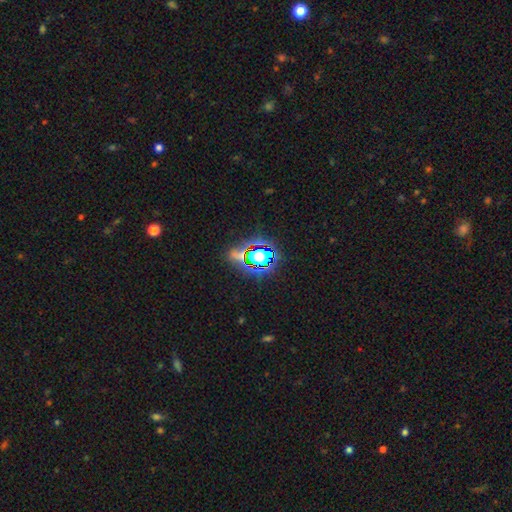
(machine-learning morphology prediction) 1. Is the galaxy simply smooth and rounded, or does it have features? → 61% star or artifact, 25% smooth, 14% featured or disk.